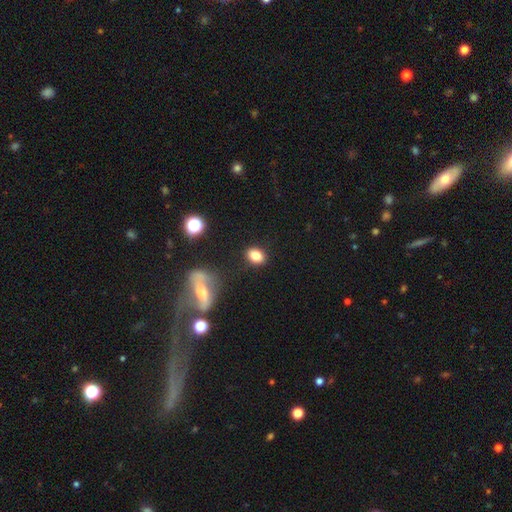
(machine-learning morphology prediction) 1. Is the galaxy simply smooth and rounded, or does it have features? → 82% smooth, 10% star or artifact, 8% featured or disk.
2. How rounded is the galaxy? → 69% in between, 29% round, 2% cigar-shaped.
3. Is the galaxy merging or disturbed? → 83% none, 11% minor disturbance, 3% major disturbance, 3% merger.